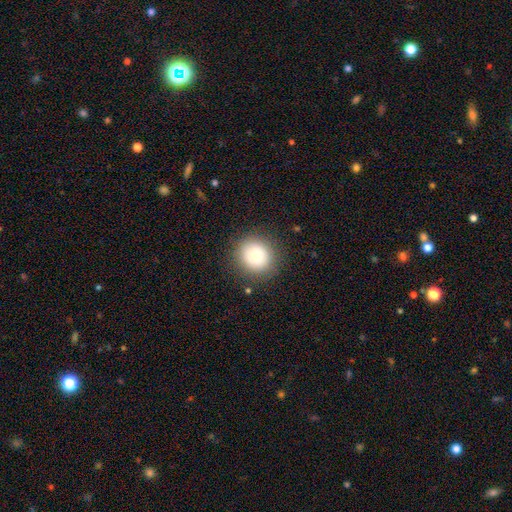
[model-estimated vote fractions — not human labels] Smooth or featured? Predicted: smooth (p=0.79). How rounded? Predicted: round (p=0.88). Merging? Predicted: none (p=0.86).